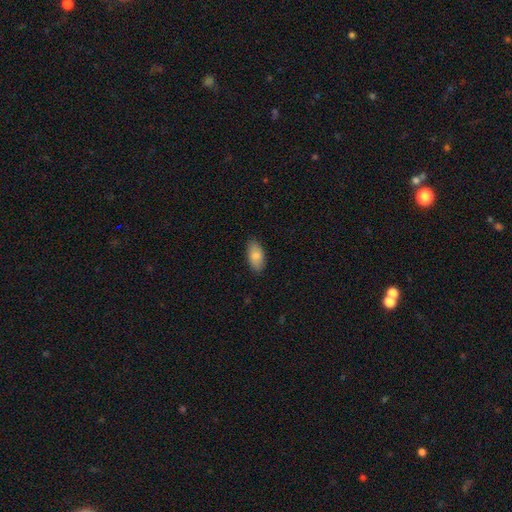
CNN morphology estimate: smooth_or_featured: smooth (p=0.83) [alt: featured or disk p=0.11]
how_rounded: in between (p=0.93) [alt: cigar-shaped p=0.04]
merging: none (p=0.87) [alt: minor disturbance p=0.10]